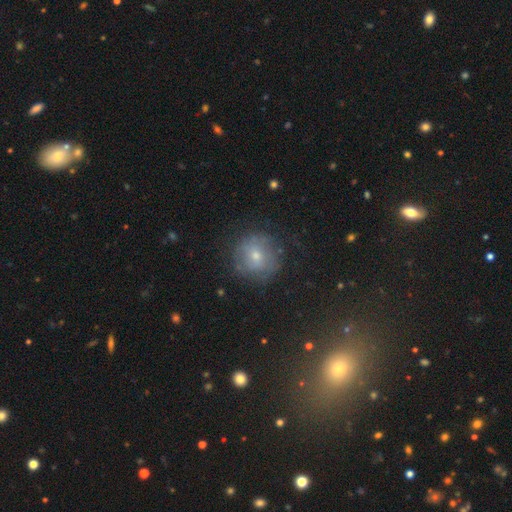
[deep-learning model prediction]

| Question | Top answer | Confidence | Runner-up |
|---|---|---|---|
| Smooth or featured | smooth | 54% | featured or disk (34%) |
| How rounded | round | 90% | in between (9%) |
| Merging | none | 71% | minor disturbance (18%) |